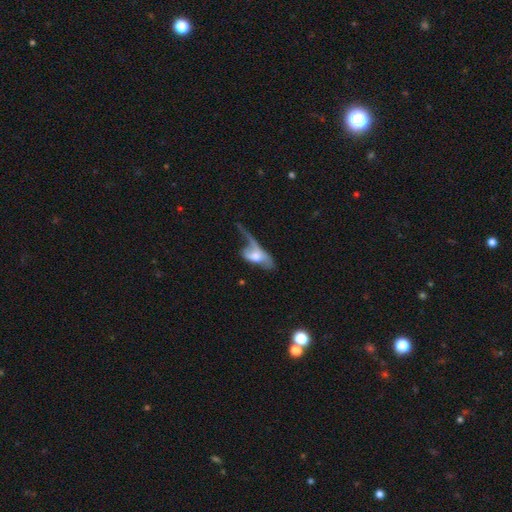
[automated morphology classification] The model was most divided on "smooth or featured": featured or disk: 47%, smooth: 45%, star or artifact: 7%. More confident: merging — major disturbance (61%).